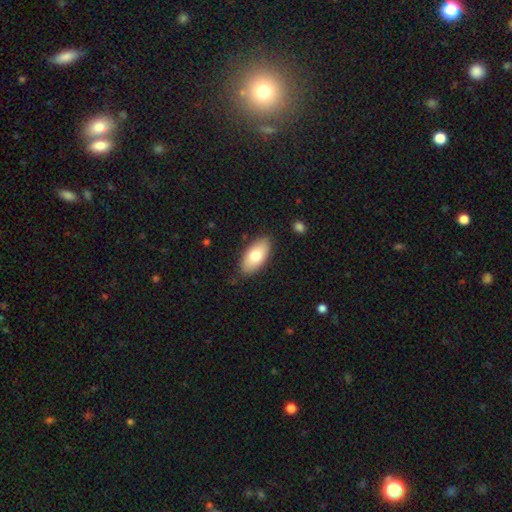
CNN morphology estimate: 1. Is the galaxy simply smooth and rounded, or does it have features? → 76% smooth, 18% featured or disk, 6% star or artifact.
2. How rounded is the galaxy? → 92% in between, 5% cigar-shaped, 3% round.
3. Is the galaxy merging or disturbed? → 85% none, 11% minor disturbance, 2% major disturbance, 1% merger.